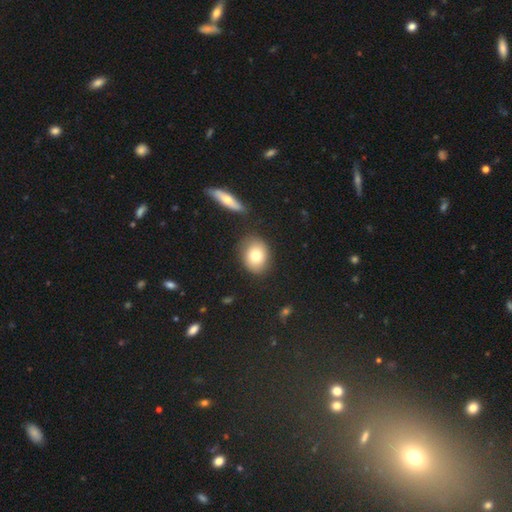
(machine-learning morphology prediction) A smooth galaxy with no disk features (78%) that is in between round and cigar-shaped (51%).

Vote fractions:
- Smooth or featured? smooth: 78% / featured or disk: 14% / star or artifact: 8%
- How rounded? in between: 51% / round: 47% / cigar-shaped: 1%
- Merging? none: 78% / minor disturbance: 13% / merger: 6% / major disturbance: 4%